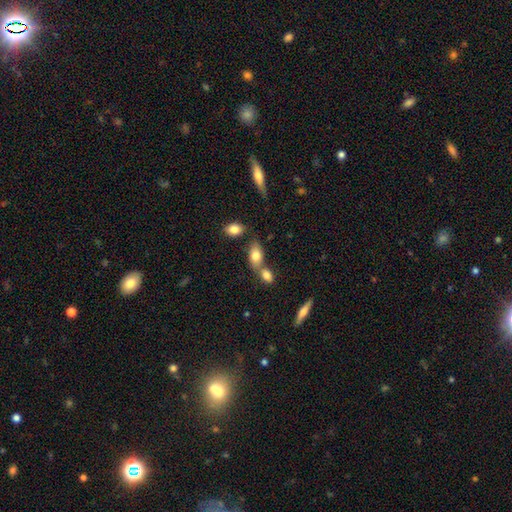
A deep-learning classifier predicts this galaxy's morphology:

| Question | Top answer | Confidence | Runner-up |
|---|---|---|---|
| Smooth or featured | smooth | 79% | featured or disk (13%) |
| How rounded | in between | 88% | round (7%) |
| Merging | none | 45% | merger (40%) |